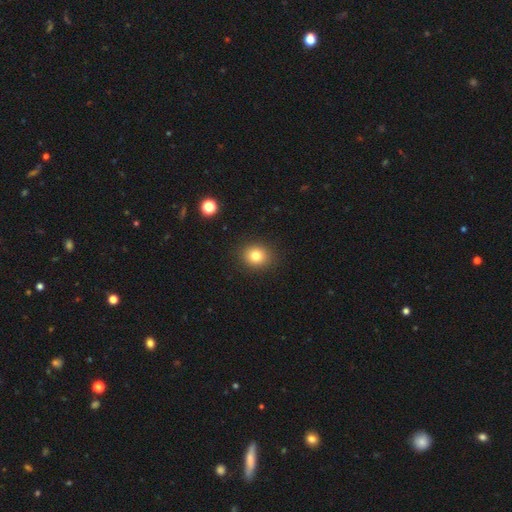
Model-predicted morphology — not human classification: This is likely a smooth galaxy (80%). How rounded: likely round (74%). Merging: clearly none (90%).